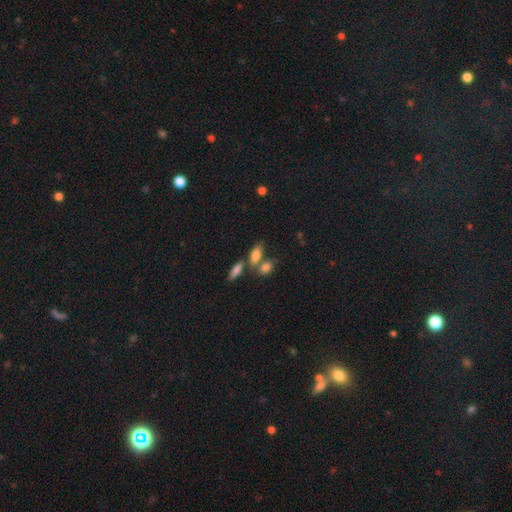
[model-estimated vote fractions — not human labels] Smooth or featured?
  - smooth: 79% *
  - featured or disk: 12%
  - star or artifact: 9%
How rounded?
  - in between: 84% *
  - cigar-shaped: 9%
  - round: 8%
Merging?
  - none: 46% *
  - merger: 37%
  - minor disturbance: 13%
  - major disturbance: 5%